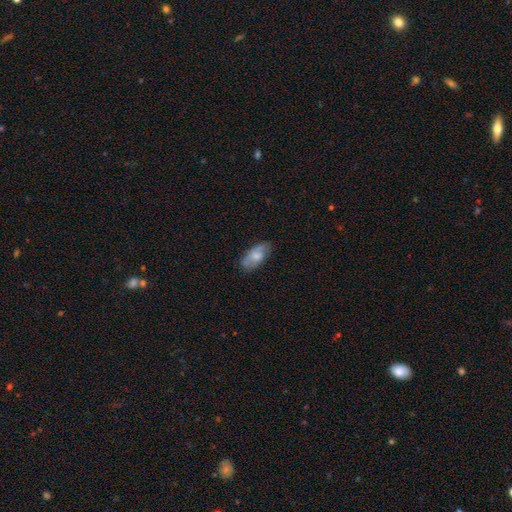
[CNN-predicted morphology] Smooth or featured? Predicted: smooth (p=0.61). How rounded? Predicted: in between (p=0.90). Merging? Predicted: none (p=0.71).